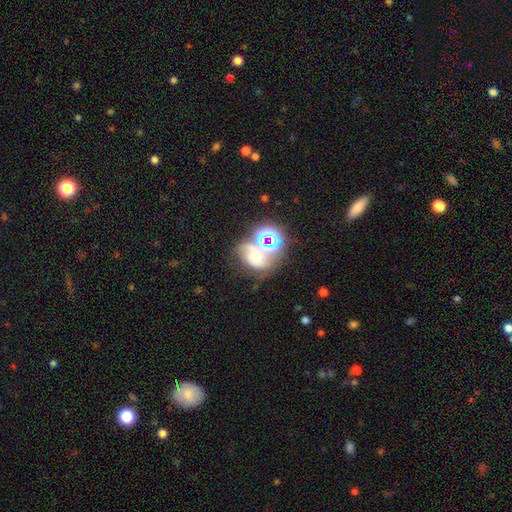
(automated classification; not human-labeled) This is marginally a smooth galaxy (37%). Merging: marginally merger (42%).